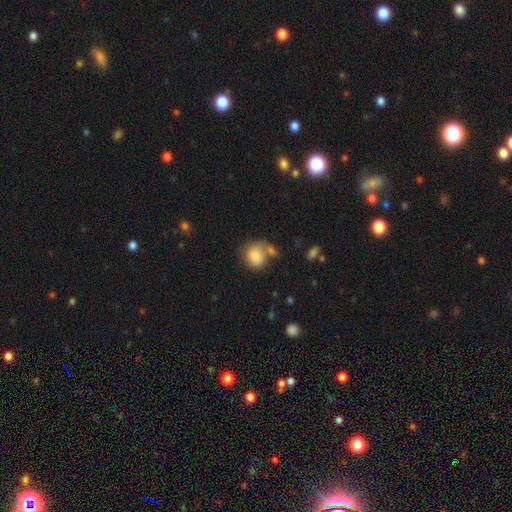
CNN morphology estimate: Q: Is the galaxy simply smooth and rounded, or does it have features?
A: smooth — 85%.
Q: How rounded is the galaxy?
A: round — 68%.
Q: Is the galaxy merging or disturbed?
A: none — 49%.